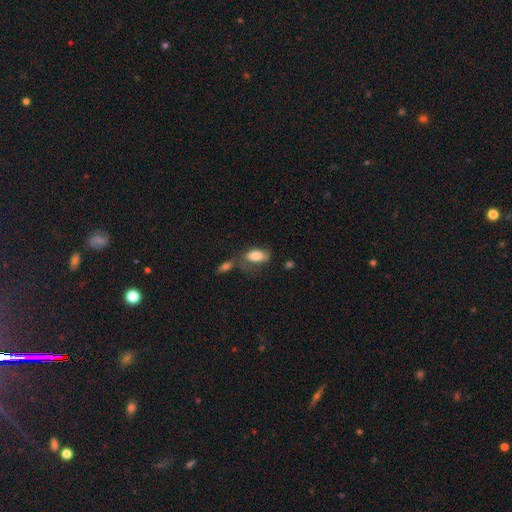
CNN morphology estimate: A smooth galaxy with no disk features (81%) that is in between round and cigar-shaped (91%).

Vote fractions:
- Smooth or featured? smooth: 81% / featured or disk: 12% / star or artifact: 7%
- How rounded? in between: 91% / cigar-shaped: 5% / round: 5%
- Merging? none: 44% / minor disturbance: 22% / merger: 21% / major disturbance: 12%